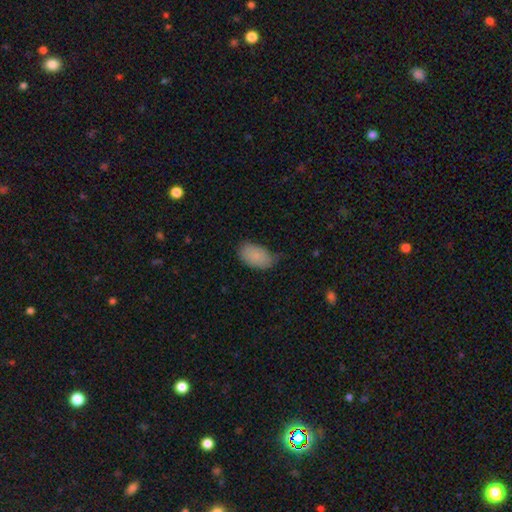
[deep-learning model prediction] This appears to be a smooth galaxy with no disk features (85%) that is in between round and cigar-shaped (93%). Merging: none (59%).